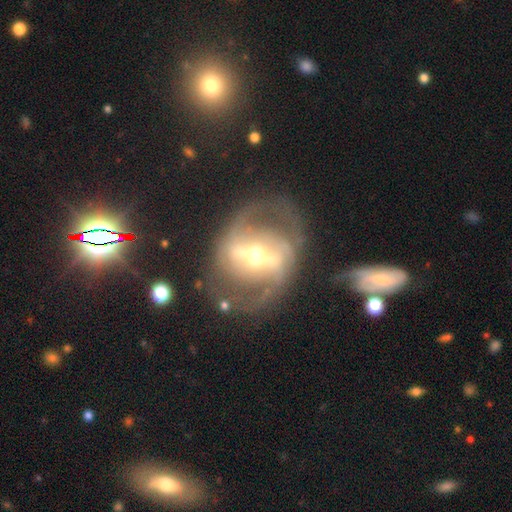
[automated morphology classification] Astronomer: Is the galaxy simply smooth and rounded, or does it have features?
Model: featured or disk — 84%.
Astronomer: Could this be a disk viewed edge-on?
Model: no — 95%.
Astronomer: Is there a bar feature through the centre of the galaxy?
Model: strong — 64%.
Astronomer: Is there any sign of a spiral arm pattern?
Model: yes — 79%.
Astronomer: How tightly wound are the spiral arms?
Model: medium — 48% (runner-up: tight, 26%).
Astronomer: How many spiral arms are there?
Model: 2 — 81%.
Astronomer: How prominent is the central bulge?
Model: moderate — 64%.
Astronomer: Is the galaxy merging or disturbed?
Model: none — 62%.